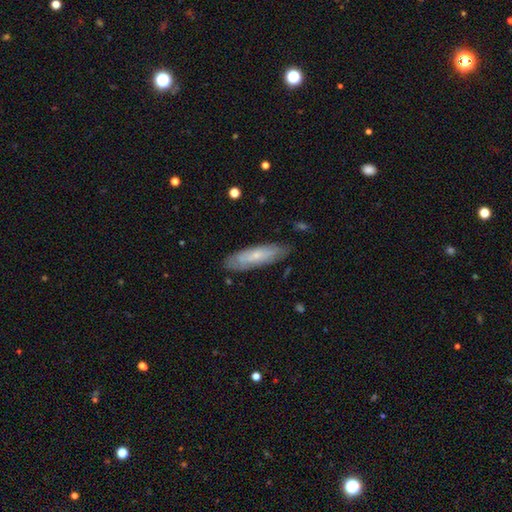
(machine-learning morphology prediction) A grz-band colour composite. It shows a smooth galaxy with no disk features (52%) that is cigar-shaped (63%). Merging: none (81%).